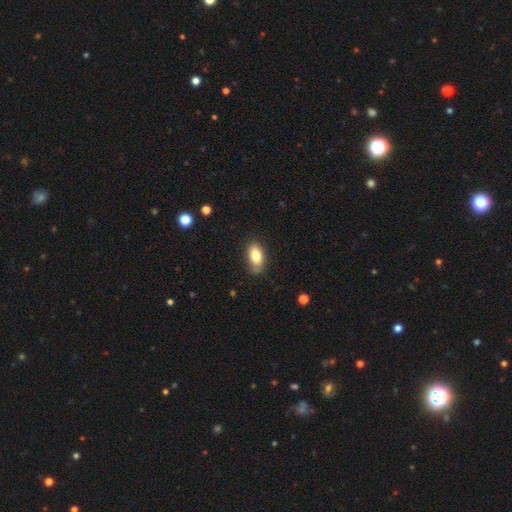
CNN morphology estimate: A smooth galaxy with no disk features (81%) that is in between round and cigar-shaped (90%). Merging: none (73%).